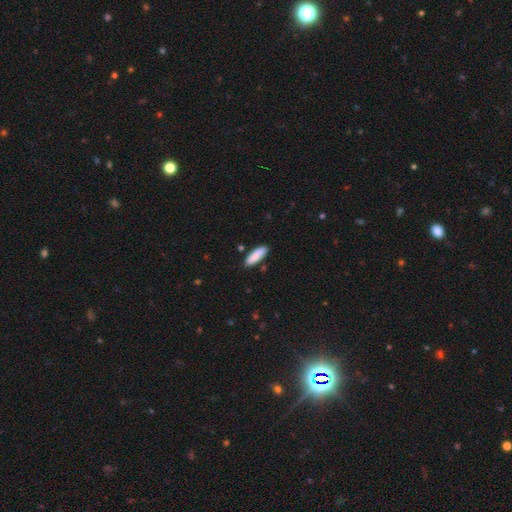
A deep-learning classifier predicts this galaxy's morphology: smooth-or-featured: smooth: 88% | featured or disk: 6% | star or artifact: 6%
  how-rounded: cigar-shaped: 51% | in between: 47% | round: 1%
  merging: none: 86% | minor disturbance: 10% | merger: 2% | major disturbance: 2%